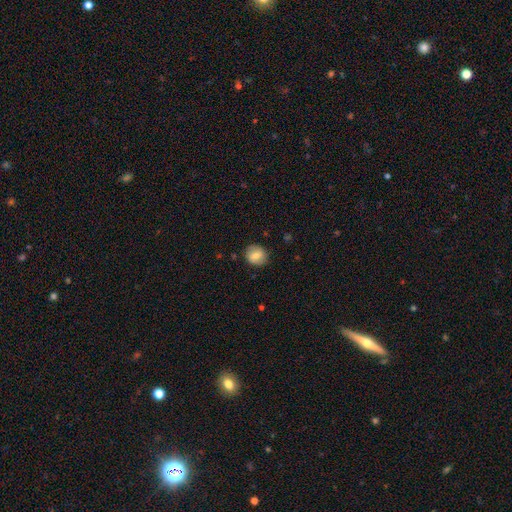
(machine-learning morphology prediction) smooth_or_featured: smooth (p=0.73) [alt: featured or disk p=0.19]
how_rounded: round (p=0.77) [alt: in between p=0.22]
merging: none (p=0.85) [alt: minor disturbance p=0.11]